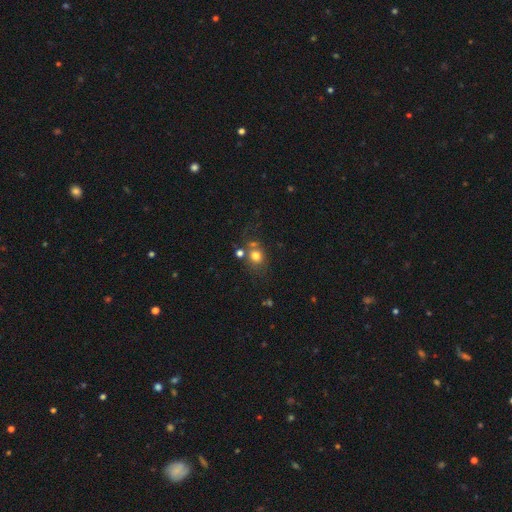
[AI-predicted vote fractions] The model was most divided on "merging": none: 56%, merger: 21%, minor disturbance: 14%, major disturbance: 8%. More confident: smooth or featured — smooth (74%); how rounded — round (72%).